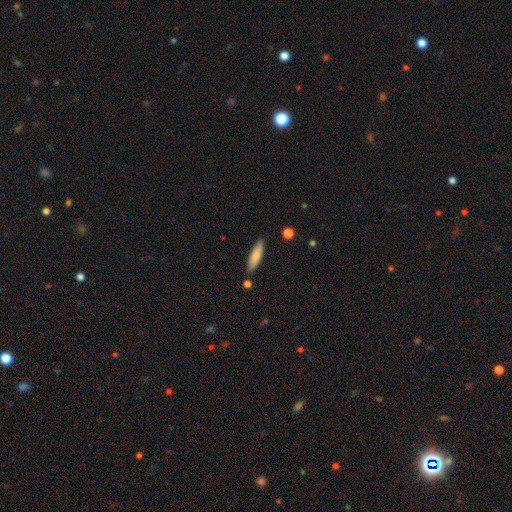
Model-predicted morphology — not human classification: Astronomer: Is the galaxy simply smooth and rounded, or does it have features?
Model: smooth — 80%.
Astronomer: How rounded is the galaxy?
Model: cigar-shaped — 72%.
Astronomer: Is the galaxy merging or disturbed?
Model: none — 85%.